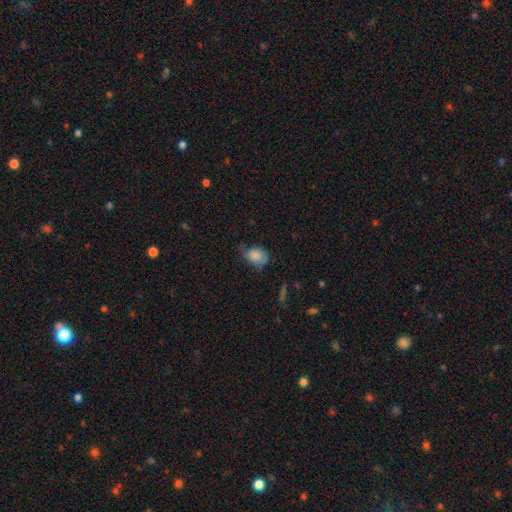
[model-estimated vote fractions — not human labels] The model was most divided on "merging": minor disturbance: 41%, none: 39%, major disturbance: 18%, merger: 3%. More confident: smooth or featured — smooth (77%); how rounded — in between (72%).